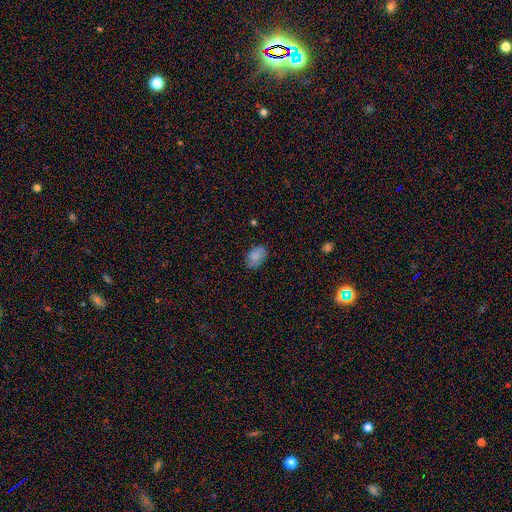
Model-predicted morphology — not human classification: This appears to be a smooth galaxy with no disk features (83%) that is in between round and cigar-shaped (88%). Merging: none (78%).